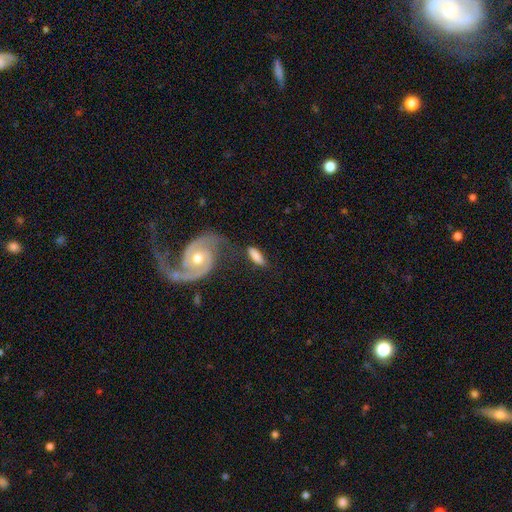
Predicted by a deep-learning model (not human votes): Smooth or featured? smooth (68%)
How rounded? in between (69%)
Merging? none (59%)